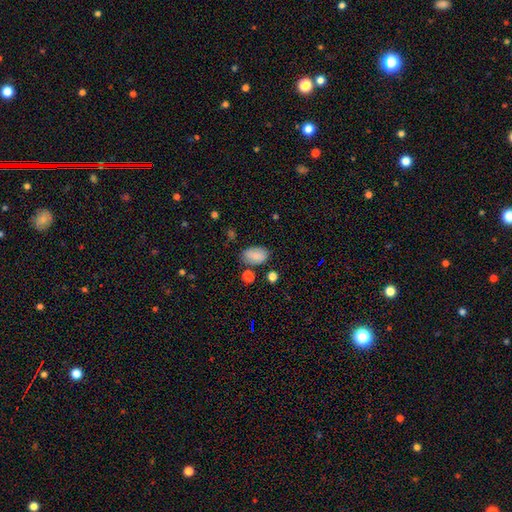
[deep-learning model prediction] smooth_or_featured: smooth (p=0.79) [alt: featured or disk p=0.12]
how_rounded: in between (p=0.90) [alt: round p=0.09]
merging: none (p=0.71) [alt: minor disturbance p=0.19]